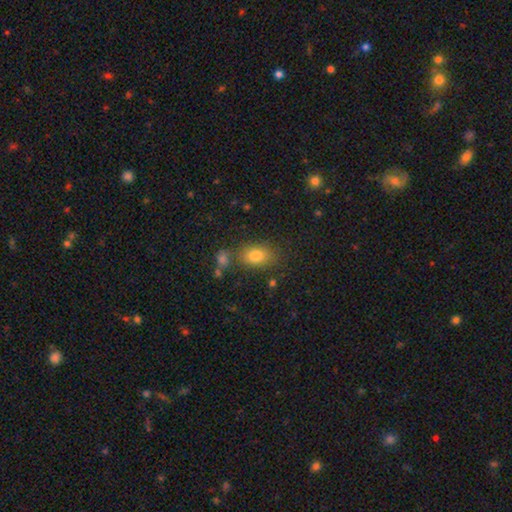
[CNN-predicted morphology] Q: Smooth or featured?
A: smooth (80%); runner-up: star or artifact (11%)
Q: How rounded?
A: in between (76%); runner-up: round (23%)
Q: Merging?
A: none (71%); runner-up: minor disturbance (15%)